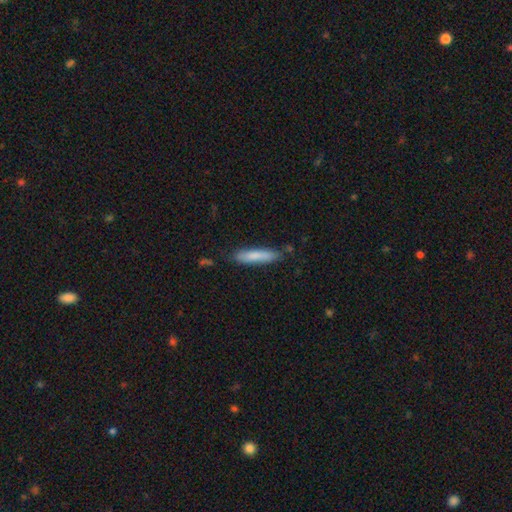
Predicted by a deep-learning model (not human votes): A smooth galaxy with no disk features (80%) that is cigar-shaped (85%).

Vote fractions:
- Smooth or featured? smooth: 80% / featured or disk: 14% / star or artifact: 6%
- How rounded? cigar-shaped: 85% / in between: 14% / round: 1%
- Merging? none: 79% / minor disturbance: 16% / major disturbance: 3% / merger: 3%